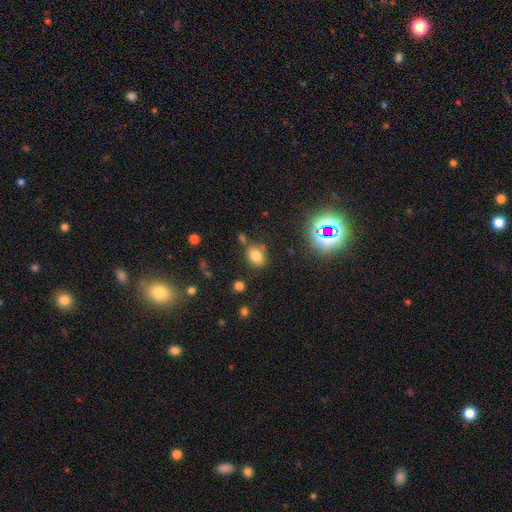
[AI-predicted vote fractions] smooth-or-featured: smooth: 75% | star or artifact: 16% | featured or disk: 9%
  how-rounded: round: 55% | in between: 44% | cigar-shaped: 1%
  merging: none: 72% | minor disturbance: 15% | merger: 9% | major disturbance: 4%